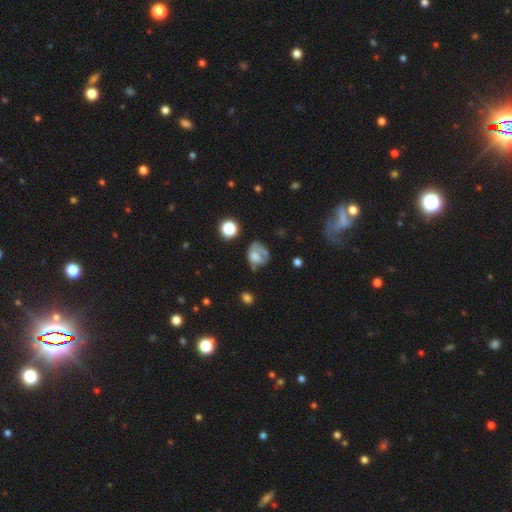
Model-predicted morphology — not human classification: Overall: smooth (52%; featured or disk 35%). How rounded: round (50%; in between 48%). Merging: none (34%; major disturbance 30%).